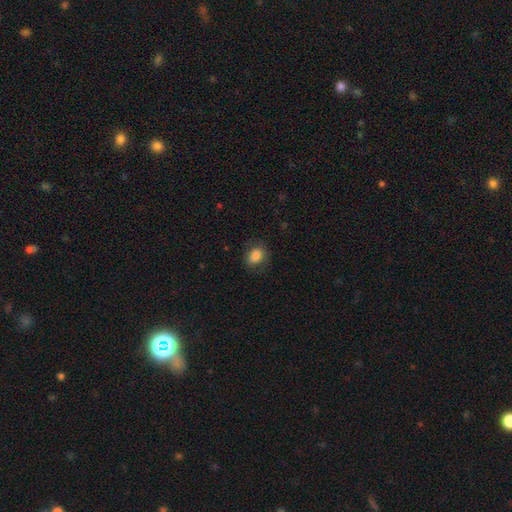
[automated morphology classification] A smooth galaxy with no disk features (82%) that is in between round and cigar-shaped (60%). Merging: none (77%).